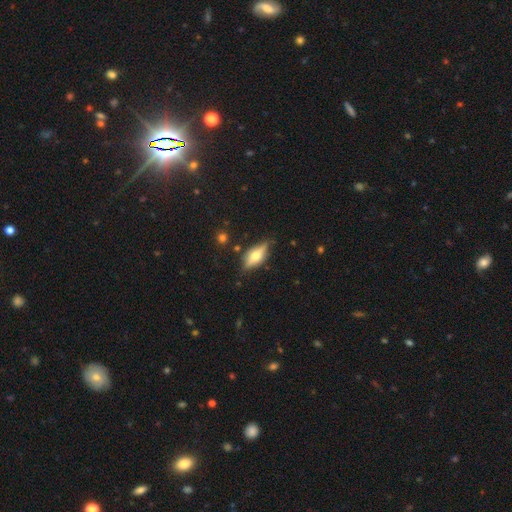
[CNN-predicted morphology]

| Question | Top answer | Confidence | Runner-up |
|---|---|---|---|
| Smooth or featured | featured or disk | 49% | smooth (43%) |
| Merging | none | 74% | minor disturbance (19%) |